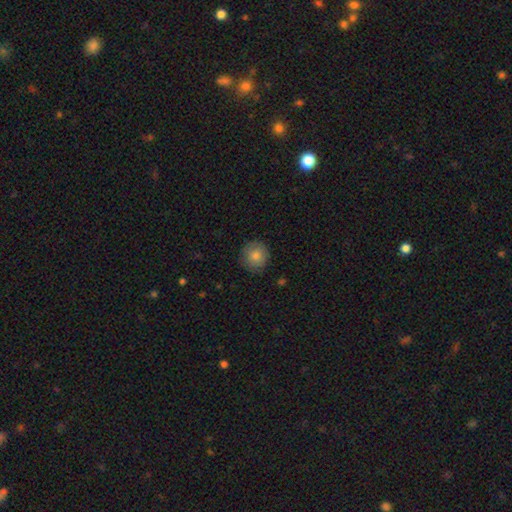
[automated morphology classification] smooth_or_featured: smooth (p=0.82) [alt: featured or disk p=0.09]
how_rounded: round (p=0.91) [alt: in between p=0.08]
merging: none (p=0.87) [alt: minor disturbance p=0.10]